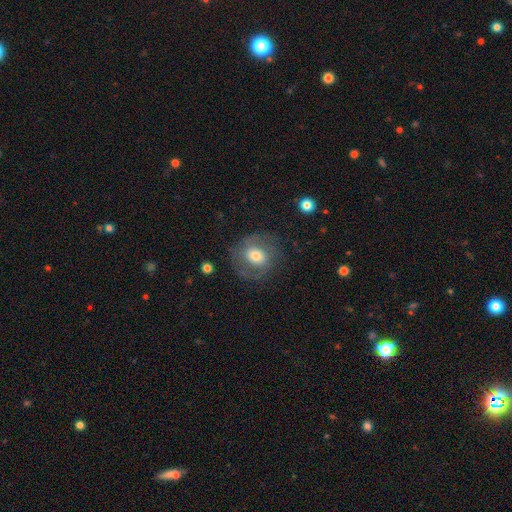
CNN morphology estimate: A smooth galaxy with no disk features (49%). Merging: none (71%).